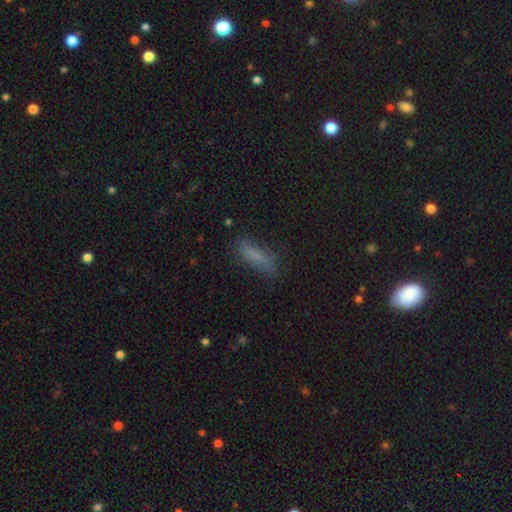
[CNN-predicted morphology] This appears to be a smooth galaxy with no disk features (73%) that is cigar-shaped (64%). Merging: none (68%).